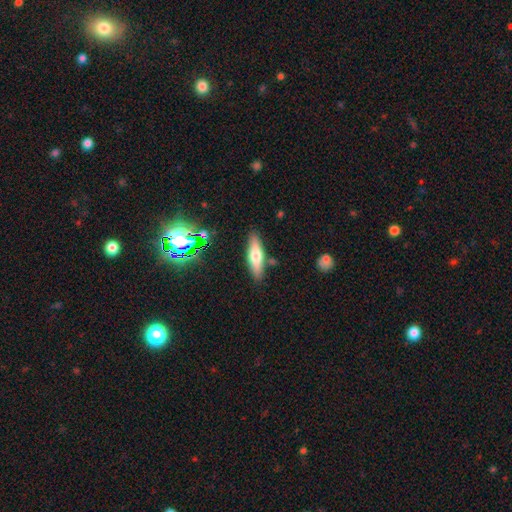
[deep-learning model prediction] Smooth or featured? Predicted: smooth (p=0.58). How rounded? Predicted: cigar-shaped (p=0.60). Merging? Predicted: none (p=0.84).